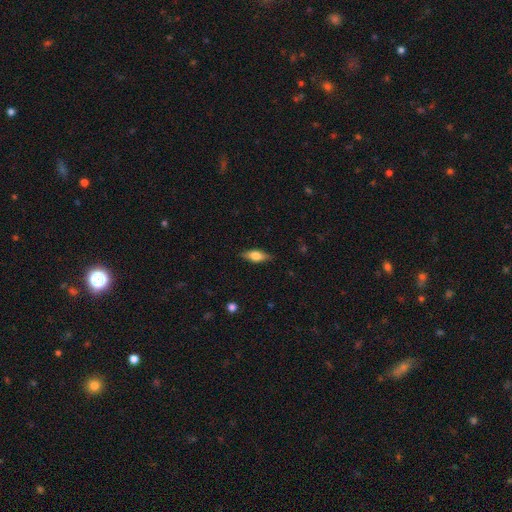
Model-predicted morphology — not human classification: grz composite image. It shows a smooth galaxy with no disk features (60%) that is in between round and cigar-shaped (69%). Merging: none (85%).